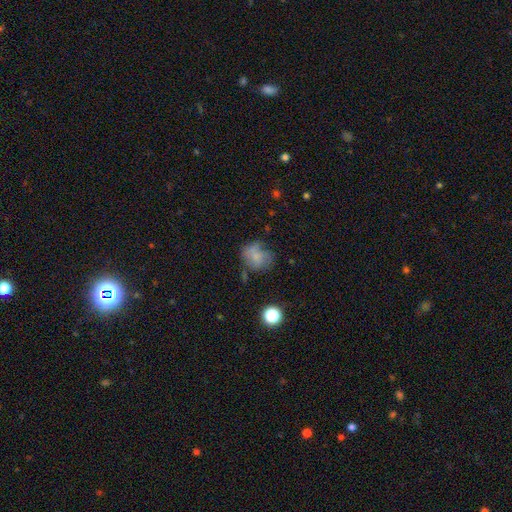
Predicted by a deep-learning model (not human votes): The model was most divided on "merging": none: 47%, minor disturbance: 28%, major disturbance: 19%, merger: 6%. More confident: smooth or featured — smooth (64%); how rounded — round (63%).